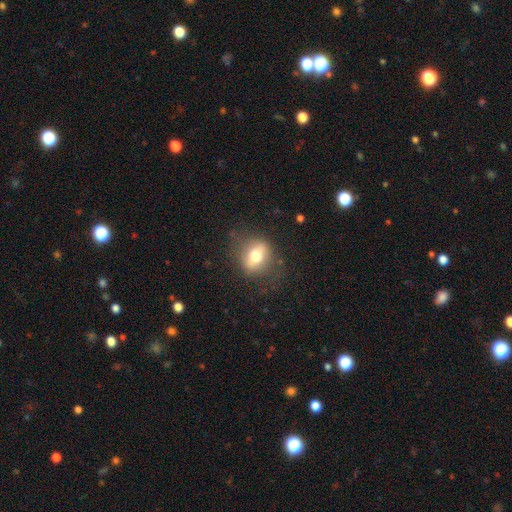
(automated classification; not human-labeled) Smooth or featured: smooth — 61% (featured or disk — 31%)
How rounded: round — 52% (in between — 46%)
Merging: none — 76% (minor disturbance — 16%)